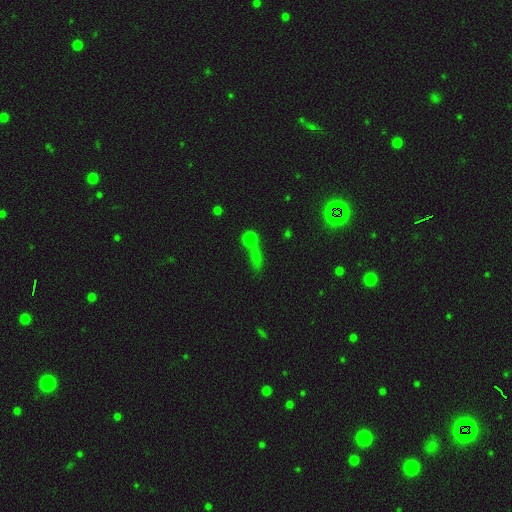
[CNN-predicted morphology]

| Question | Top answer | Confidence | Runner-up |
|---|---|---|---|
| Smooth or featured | smooth | 62% | star or artifact (27%) |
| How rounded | round | 48% | in between (33%) |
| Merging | none | 47% | merger (31%) |